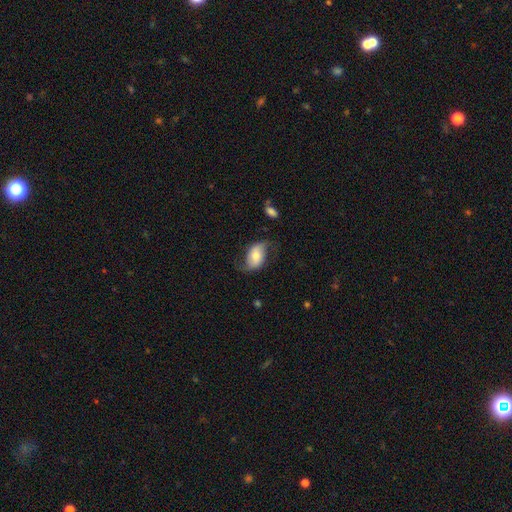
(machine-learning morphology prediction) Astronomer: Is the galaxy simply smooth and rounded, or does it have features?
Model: featured or disk — 51% (runner-up: smooth, 42%).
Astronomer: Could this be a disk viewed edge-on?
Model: no — 94%.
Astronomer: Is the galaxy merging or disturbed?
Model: none — 60%.